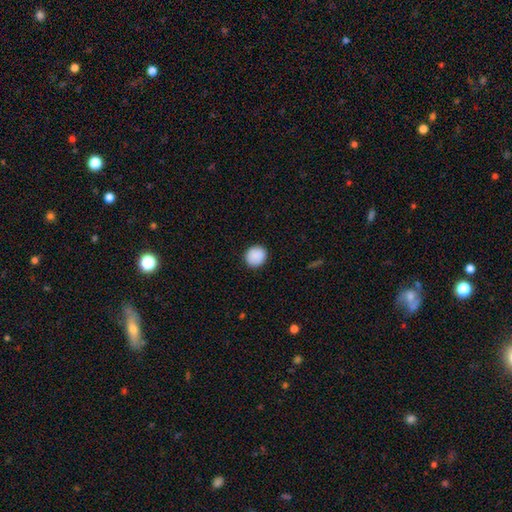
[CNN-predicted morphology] This appears to be a smooth galaxy with no disk features (90%) that is round (88%). Merging: none (90%).